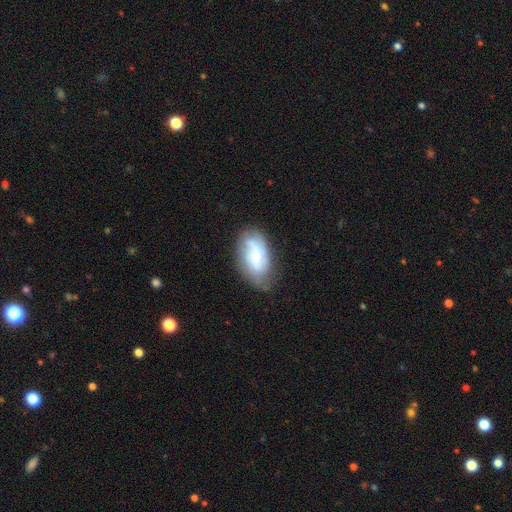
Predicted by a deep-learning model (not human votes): Smooth or featured?
  - featured or disk: 48% *
  - smooth: 44%
  - star or artifact: 8%
Merging?
  - none: 60% *
  - minor disturbance: 27%
  - major disturbance: 10%
  - merger: 3%